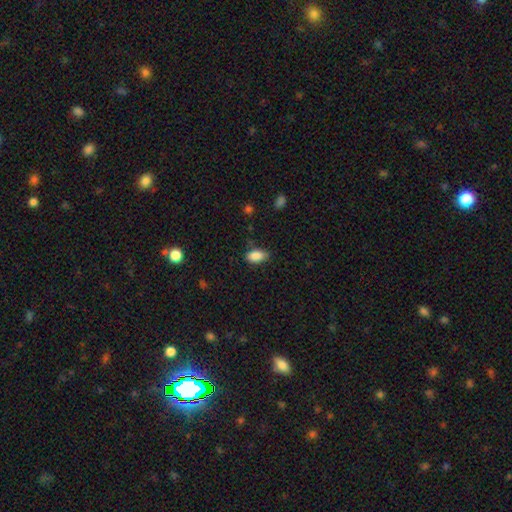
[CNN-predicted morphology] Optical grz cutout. It shows a smooth galaxy with no disk features (87%) that is in between round and cigar-shaped (91%). Merging: none (73%).